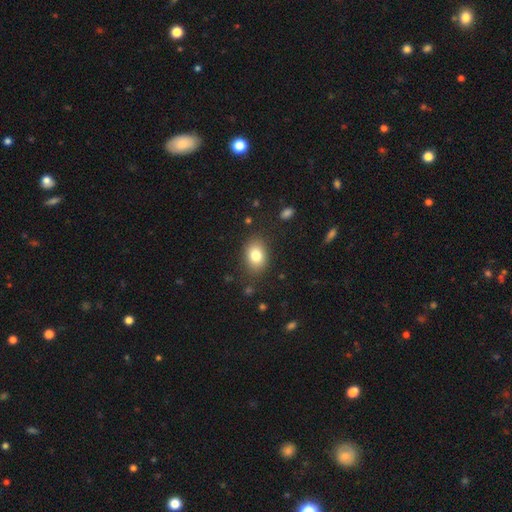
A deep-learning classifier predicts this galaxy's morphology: type=smooth (81%); roundness=in between (74%); merging=none (83%).